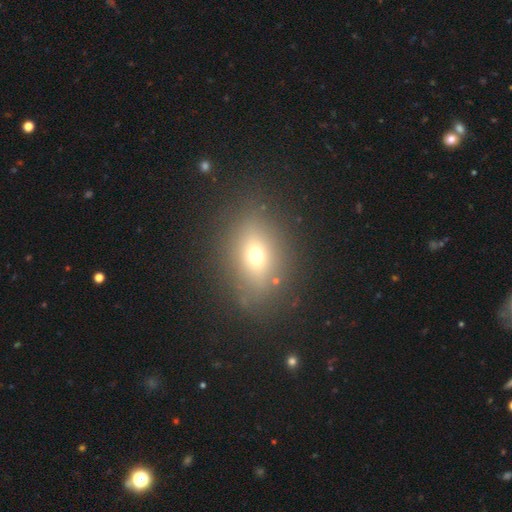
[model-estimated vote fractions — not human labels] Overall: smooth (64%). How rounded: in between (58%; round 39%). Merging: none (81%).